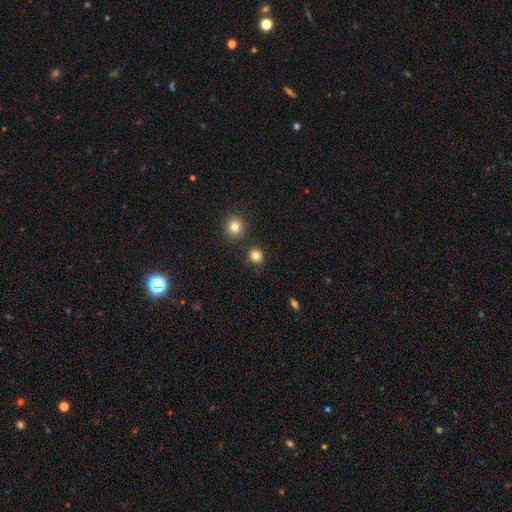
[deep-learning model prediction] Q: Smooth or featured?
A: smooth (83%); runner-up: star or artifact (12%)
Q: How rounded?
A: round (87%); runner-up: in between (12%)
Q: Merging?
A: none (86%); runner-up: minor disturbance (7%)